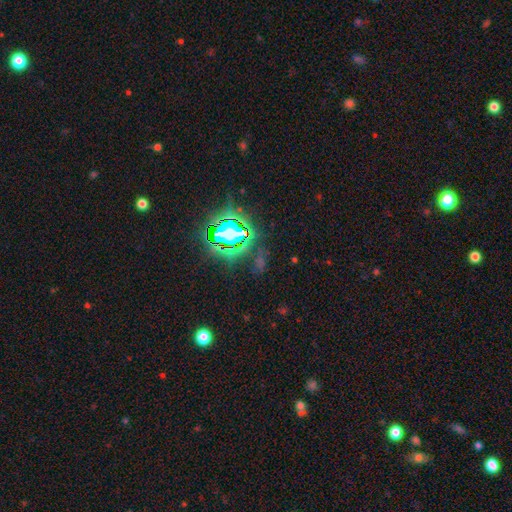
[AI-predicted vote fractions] A star or artifact, not a galaxy (78%).

Vote fractions:
- Smooth or featured? star or artifact: 78% / smooth: 14% / featured or disk: 9%